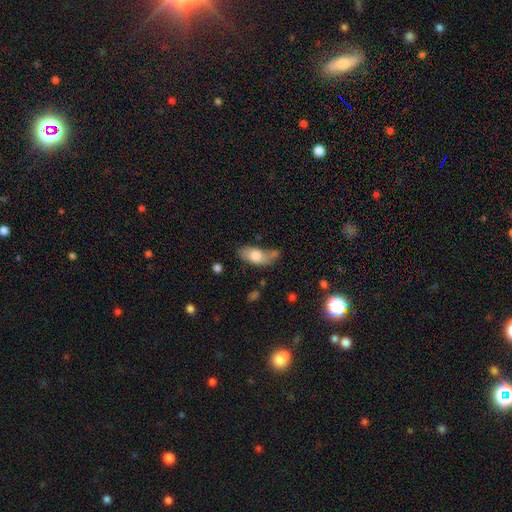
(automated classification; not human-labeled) smooth 69%, featured or disk 24%, star or artifact 7%. Down the decision tree: how rounded — in between (83%); merging — none (45%).